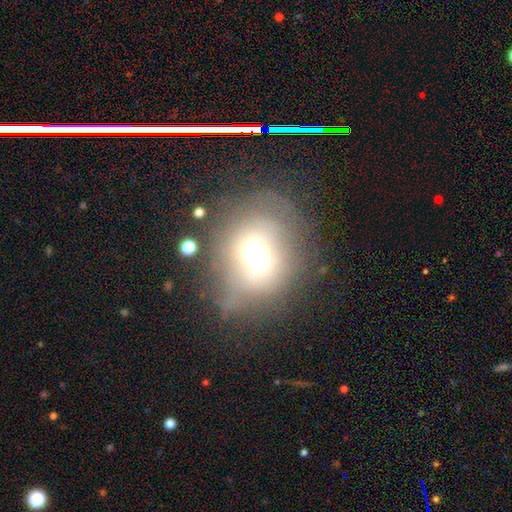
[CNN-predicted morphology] smooth_or_featured: smooth (p=0.54) [alt: featured or disk p=0.26]
how_rounded: round (p=0.68) [alt: in between p=0.30]
merging: none (p=0.52) [alt: minor disturbance p=0.22]